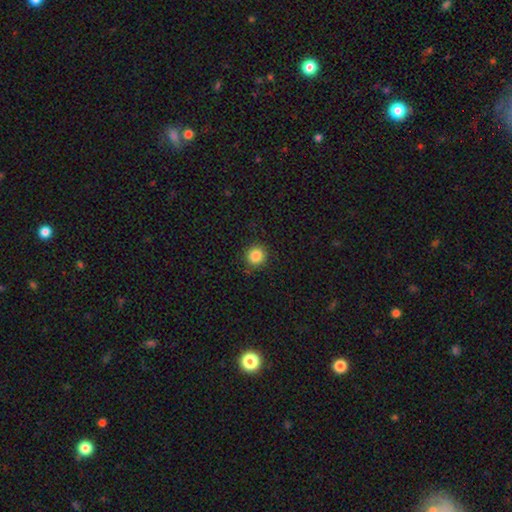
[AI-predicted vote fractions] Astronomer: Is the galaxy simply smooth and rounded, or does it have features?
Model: smooth — 85%.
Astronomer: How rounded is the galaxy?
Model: round — 91%.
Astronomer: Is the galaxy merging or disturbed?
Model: none — 89%.